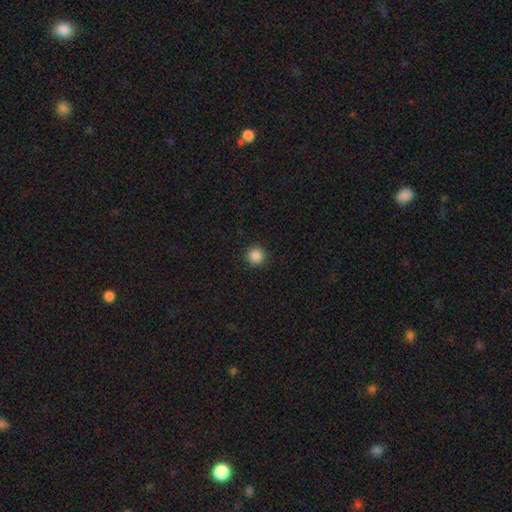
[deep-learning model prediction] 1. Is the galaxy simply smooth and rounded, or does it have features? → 87% smooth, 11% star or artifact, 3% featured or disk.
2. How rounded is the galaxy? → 95% round, 4% in between, 1% cigar-shaped.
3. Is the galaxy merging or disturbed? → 92% none, 6% minor disturbance, 2% major disturbance, 1% merger.